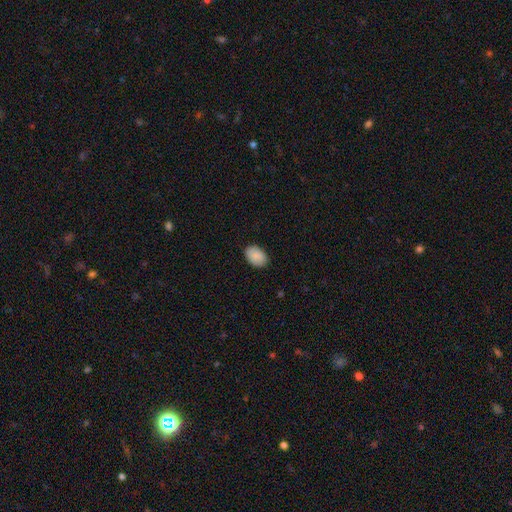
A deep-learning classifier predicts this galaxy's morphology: Overall: smooth (89%). How rounded: in between (85%). Merging: none (86%).